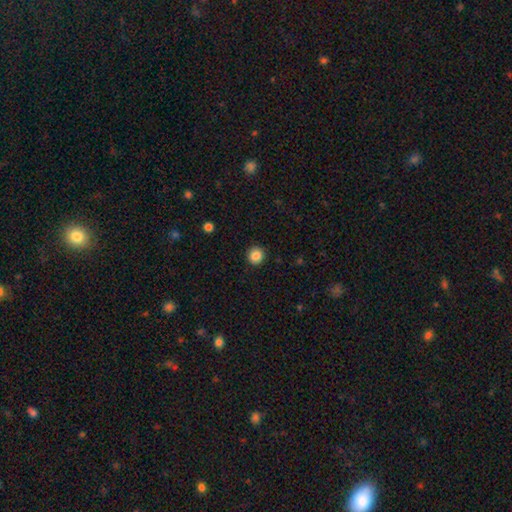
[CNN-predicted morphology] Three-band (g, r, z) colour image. It shows a smooth galaxy with no disk features (86%) that is round (92%). Merging: none (92%).